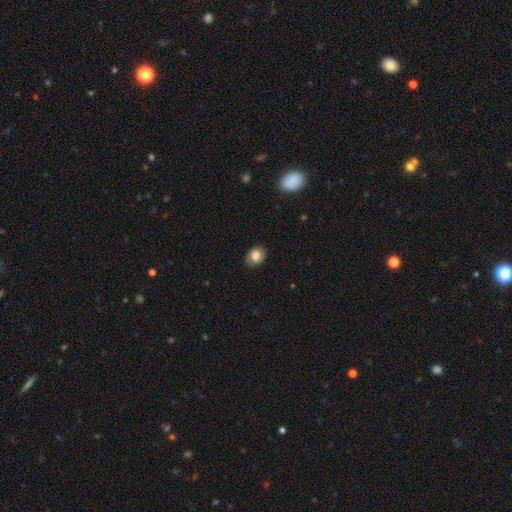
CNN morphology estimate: type=smooth (75%); roundness=in between (66%); merging=none (82%).